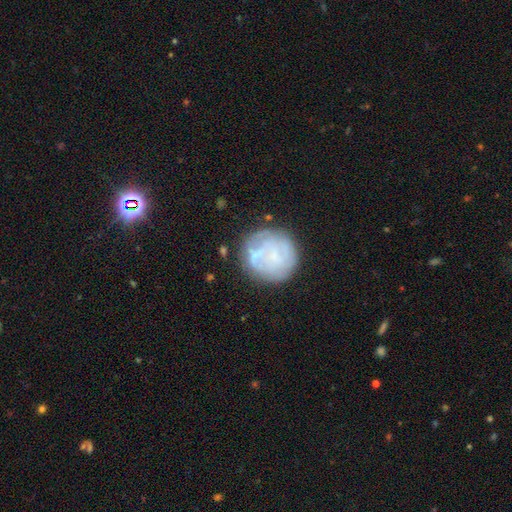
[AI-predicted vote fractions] A featured or disk galaxy (52%) with no bar (69%), no spiral arms (57%) and no central bulge (41%). Merging: none (64%).